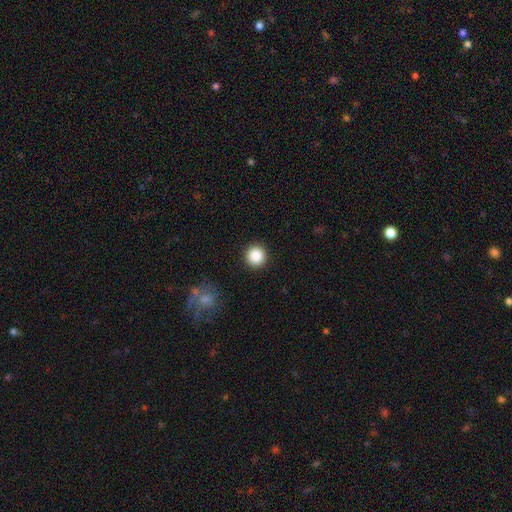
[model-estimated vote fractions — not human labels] smooth 87%, star or artifact 10%, featured or disk 3%. Down the decision tree: how rounded — round (95%); merging — none (92%).